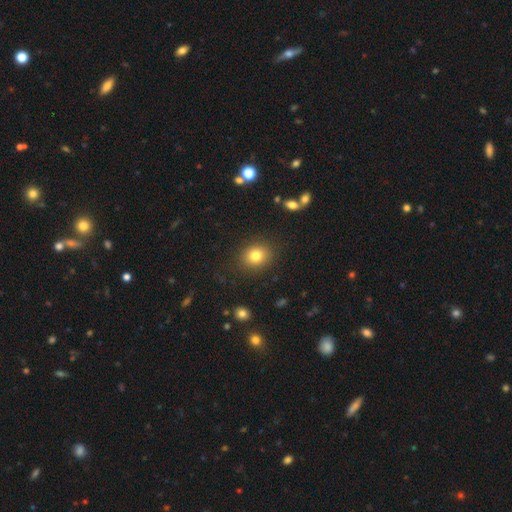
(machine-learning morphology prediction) Smooth or featured?
  - smooth: 80% *
  - star or artifact: 12%
  - featured or disk: 8%
How rounded?
  - round: 70% *
  - in between: 29%
  - cigar-shaped: 1%
Merging?
  - none: 87% *
  - minor disturbance: 8%
  - major disturbance: 3%
  - merger: 1%